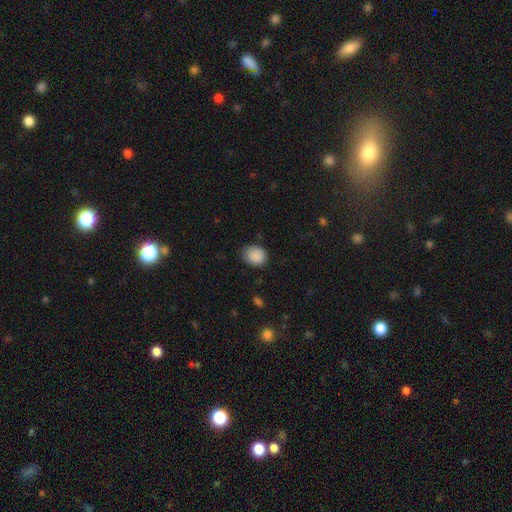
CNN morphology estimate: Smooth or featured?
  - smooth: 89% *
  - star or artifact: 8%
  - featured or disk: 3%
How rounded?
  - round: 58% *
  - in between: 41%
  - cigar-shaped: 1%
Merging?
  - none: 74% *
  - minor disturbance: 21%
  - major disturbance: 4%
  - merger: 1%